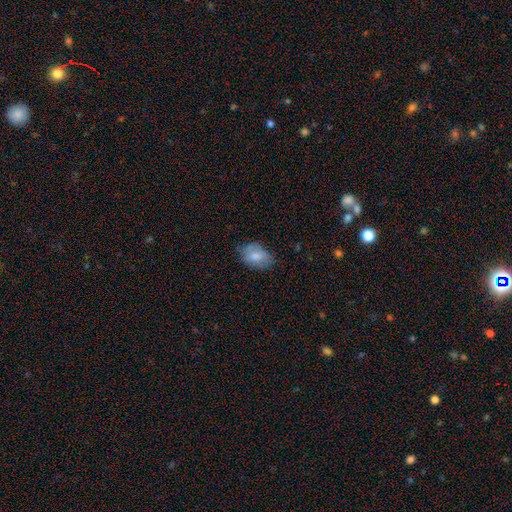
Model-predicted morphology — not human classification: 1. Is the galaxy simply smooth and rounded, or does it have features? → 76% smooth, 17% featured or disk, 7% star or artifact.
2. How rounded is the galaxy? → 84% in between, 15% round, 1% cigar-shaped.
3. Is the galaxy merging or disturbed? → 65% none, 27% minor disturbance, 7% major disturbance, 1% merger.